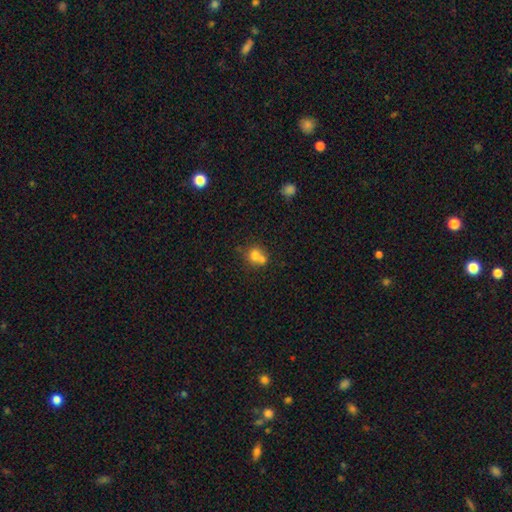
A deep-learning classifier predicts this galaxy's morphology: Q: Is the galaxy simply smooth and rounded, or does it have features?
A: smooth — 72%.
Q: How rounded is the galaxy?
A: round — 80%.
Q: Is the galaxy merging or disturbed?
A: merger — 53%.